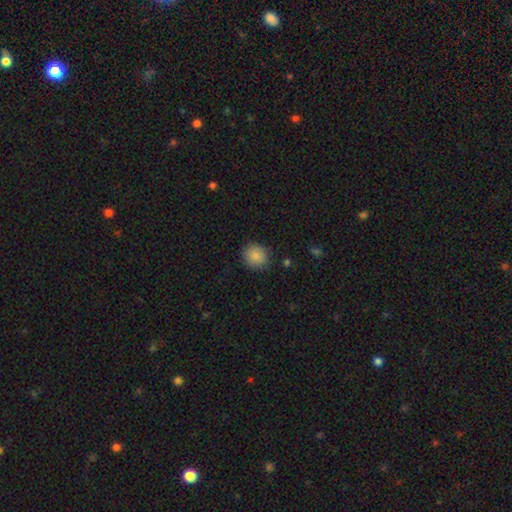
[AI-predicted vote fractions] Overall: smooth (87%). How rounded: round (85%). Merging: none (87%).